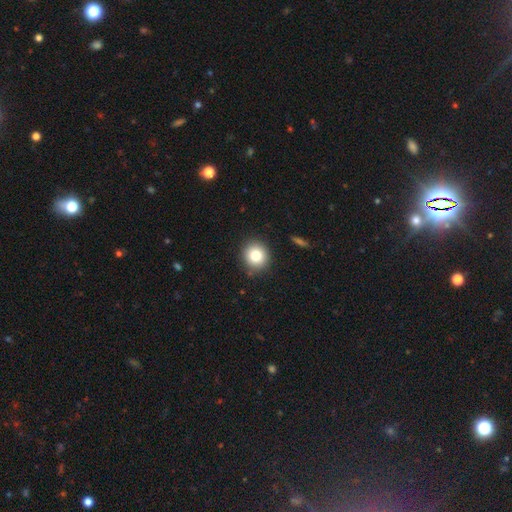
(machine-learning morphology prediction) This appears to be a smooth galaxy with no disk features (81%) that is round (87%). Merging: none (89%).